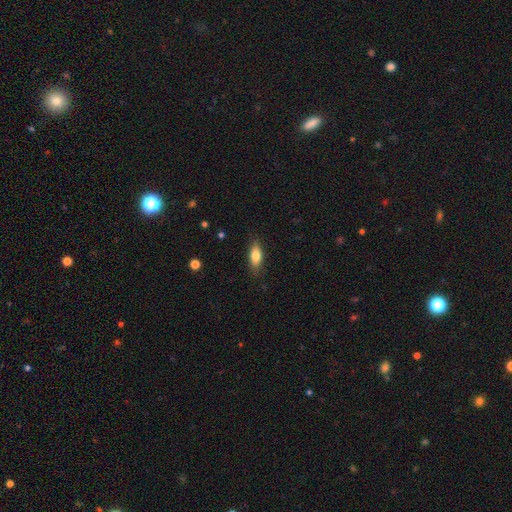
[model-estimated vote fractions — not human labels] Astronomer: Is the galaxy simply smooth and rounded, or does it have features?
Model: smooth — 77%.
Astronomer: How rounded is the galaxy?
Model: in between — 77%.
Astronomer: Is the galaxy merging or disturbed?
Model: none — 83%.